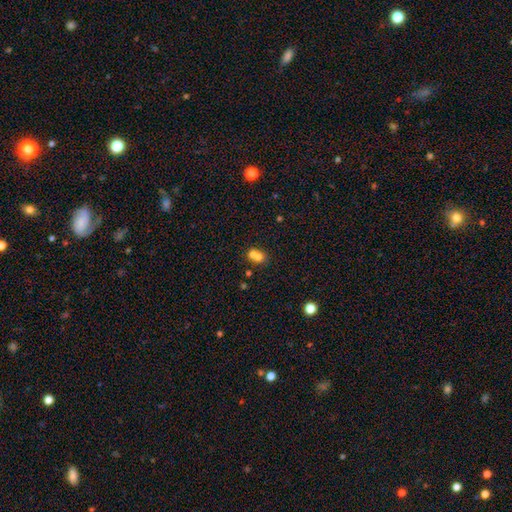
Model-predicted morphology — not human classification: This appears to be a smooth galaxy with no disk features (69%) that is round (59%). Merging: merger (65%).